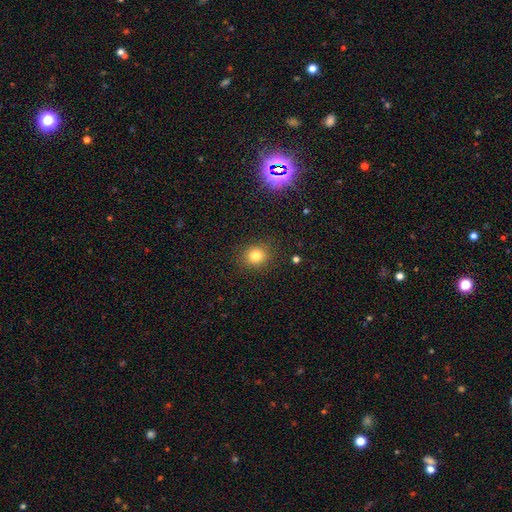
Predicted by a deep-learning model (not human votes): This is likely a smooth galaxy (80%). How rounded: clearly round (82%). Merging: clearly none (88%).